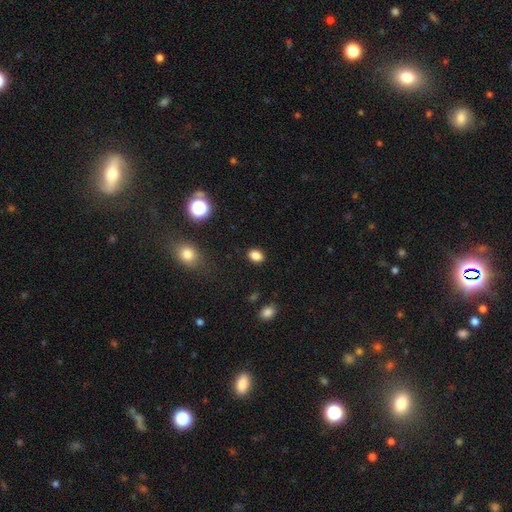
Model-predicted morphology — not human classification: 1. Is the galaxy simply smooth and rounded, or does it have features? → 84% smooth, 12% star or artifact, 5% featured or disk.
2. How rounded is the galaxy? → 75% in between, 24% round, 1% cigar-shaped.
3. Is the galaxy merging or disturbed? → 87% none, 9% minor disturbance, 3% major disturbance, 1% merger.